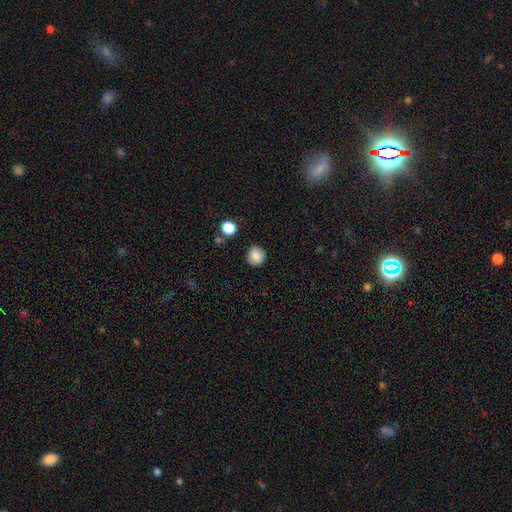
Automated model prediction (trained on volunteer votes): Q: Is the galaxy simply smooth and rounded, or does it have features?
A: smooth — 84%.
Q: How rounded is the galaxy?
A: round — 90%.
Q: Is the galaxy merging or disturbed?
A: none — 87%.